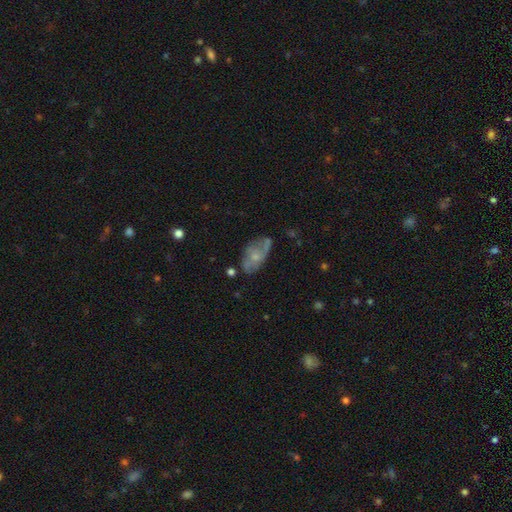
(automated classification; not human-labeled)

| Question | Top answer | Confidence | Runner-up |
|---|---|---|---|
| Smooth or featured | featured or disk | 51% | smooth (40%) |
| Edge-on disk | no | 92% | yes (8%) |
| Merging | none | 53% | minor disturbance (28%) |